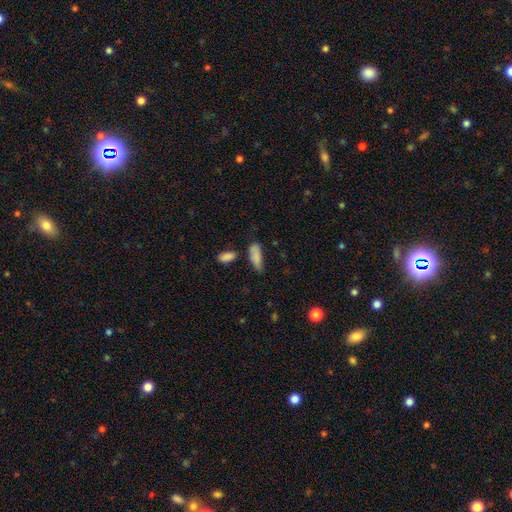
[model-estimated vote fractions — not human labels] Q: Smooth or featured?
A: smooth (84%); runner-up: featured or disk (8%)
Q: How rounded?
A: in between (70%); runner-up: cigar-shaped (28%)
Q: Merging?
A: none (47%); runner-up: minor disturbance (33%)